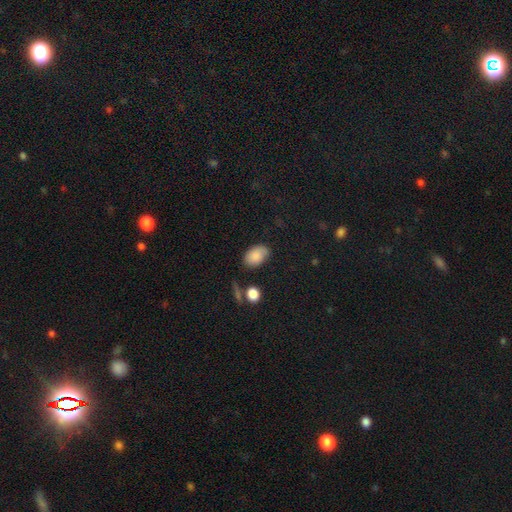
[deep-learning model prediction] Smooth or featured? Predicted: smooth (p=0.86). How rounded? Predicted: in between (p=0.90). Merging? Predicted: none (p=0.73).